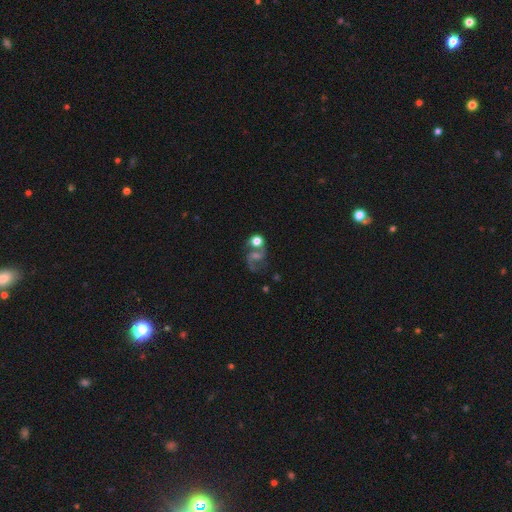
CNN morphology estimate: Smooth or featured: featured or disk — 72% (smooth — 14%)
Edge-on disk: no — 98% (yes — 2%)
Bar: no — 47% (weak — 41%)
Spiral arms: yes — 89% (no — 11%)
Spiral winding: loose — 48% (medium — 41%)
Spiral arm count: 2 — 82% (1 — 9%)
Bulge size: small — 41% (moderate — 38%)
Merging: none — 48% (merger — 24%)